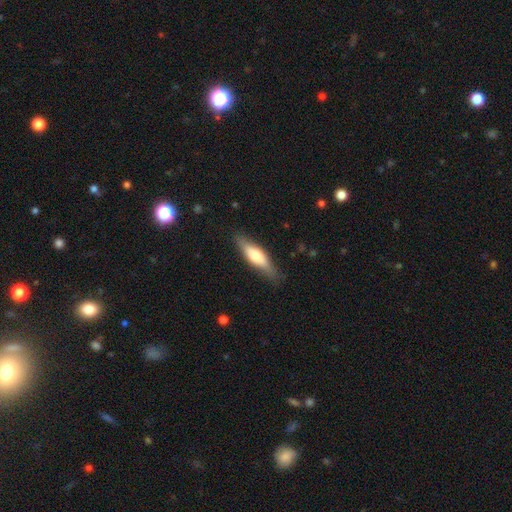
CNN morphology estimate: Smooth or featured? Predicted: smooth (p=0.54). How rounded? Predicted: cigar-shaped (p=0.64). Merging? Predicted: none (p=0.83).